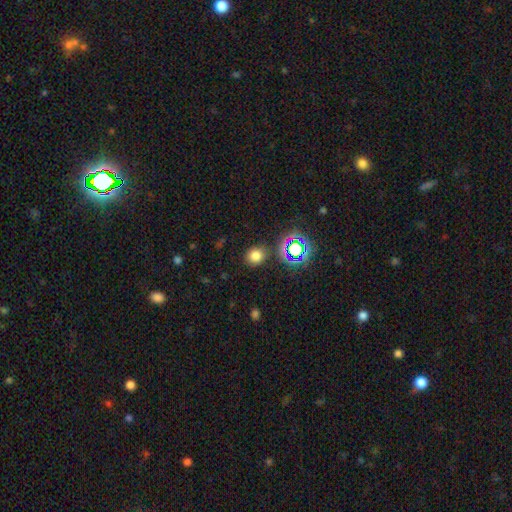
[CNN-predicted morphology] Smooth or featured?
  - smooth: 72% *
  - star or artifact: 22%
  - featured or disk: 6%
How rounded?
  - round: 75% *
  - in between: 24%
  - cigar-shaped: 1%
Merging?
  - none: 83% *
  - minor disturbance: 10%
  - merger: 4%
  - major disturbance: 4%